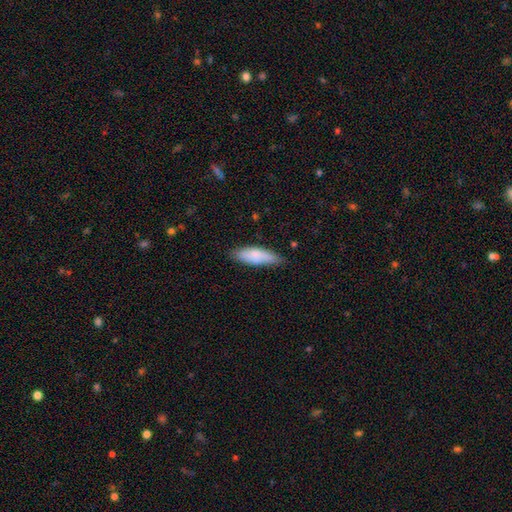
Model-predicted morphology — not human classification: A smooth galaxy with no disk features (80%) that is in between round and cigar-shaped (54%). Merging: none (72%).